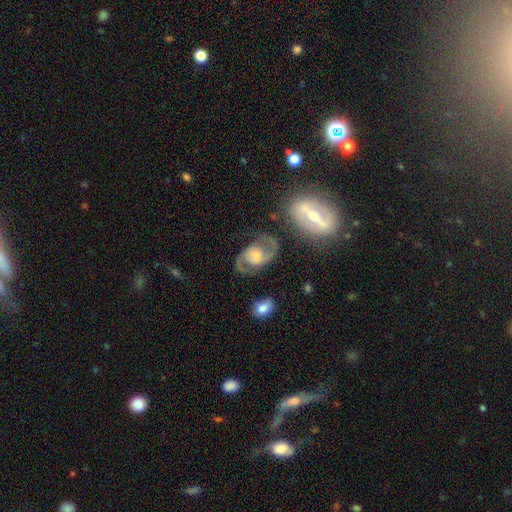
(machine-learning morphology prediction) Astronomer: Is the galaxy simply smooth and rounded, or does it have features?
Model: featured or disk — 85%.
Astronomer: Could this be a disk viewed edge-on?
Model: no — 97%.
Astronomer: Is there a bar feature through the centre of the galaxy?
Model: no — 48% (runner-up: weak, 36%).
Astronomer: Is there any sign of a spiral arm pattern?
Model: yes — 94%.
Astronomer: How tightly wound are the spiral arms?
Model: medium — 55%.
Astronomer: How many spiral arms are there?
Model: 2 — 91%.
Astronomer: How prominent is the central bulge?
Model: moderate — 48% (runner-up: small, 32%).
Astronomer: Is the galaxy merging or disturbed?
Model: none — 69%.